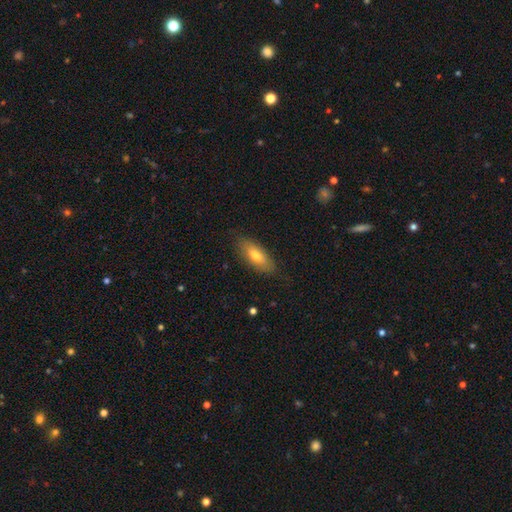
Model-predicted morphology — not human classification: smooth-or-featured: smooth: 71% | featured or disk: 23% | star or artifact: 6%
  how-rounded: in between: 73% | cigar-shaped: 24% | round: 3%
  merging: none: 83% | minor disturbance: 13% | major disturbance: 3% | merger: 1%